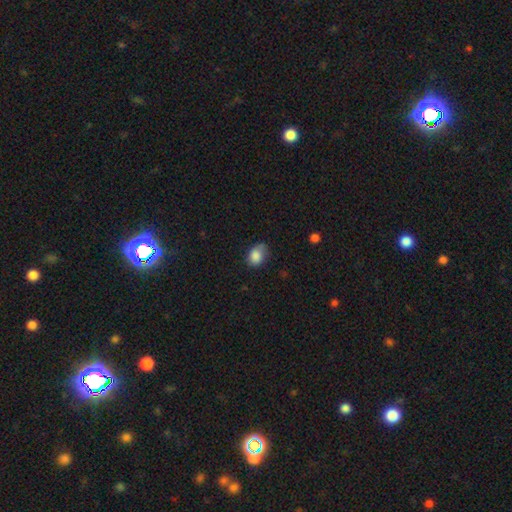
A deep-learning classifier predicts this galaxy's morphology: type=smooth (85%); roundness=in between (69%); merging=none (55%).